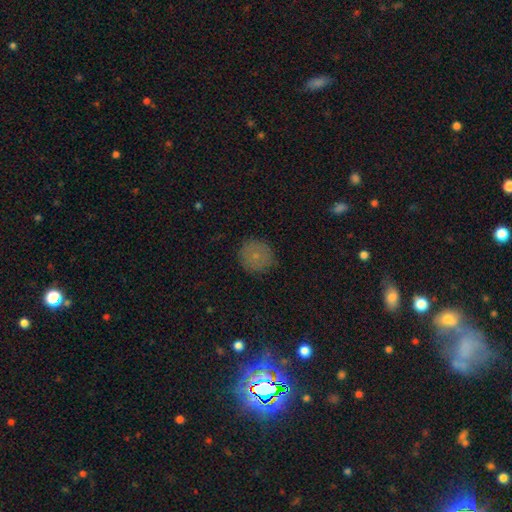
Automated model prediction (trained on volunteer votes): This is likely a smooth galaxy (72%). How rounded: clearly round (93%). Merging: clearly none (85%).